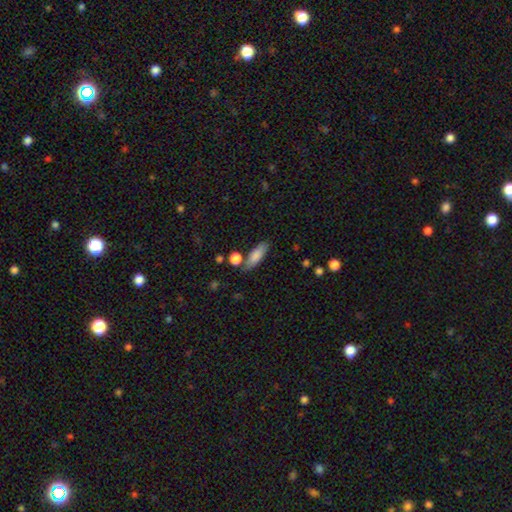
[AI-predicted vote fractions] smooth 83%, featured or disk 10%, star or artifact 7%. Down the decision tree: how rounded — in between (60%); merging — none (74%).